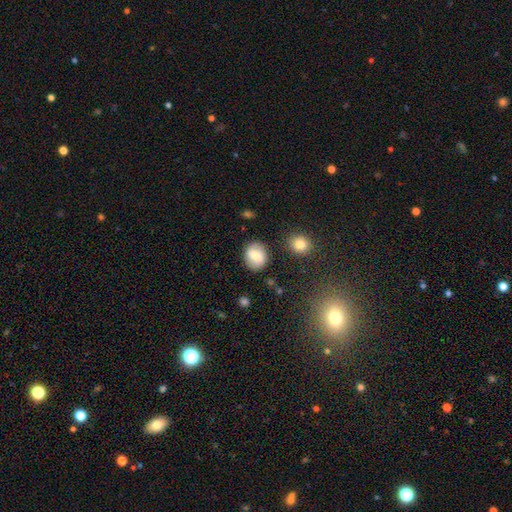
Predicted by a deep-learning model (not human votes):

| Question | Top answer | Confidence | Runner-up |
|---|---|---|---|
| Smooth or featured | smooth | 71% | featured or disk (21%) |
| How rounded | round | 65% | in between (34%) |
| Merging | none | 82% | minor disturbance (12%) |